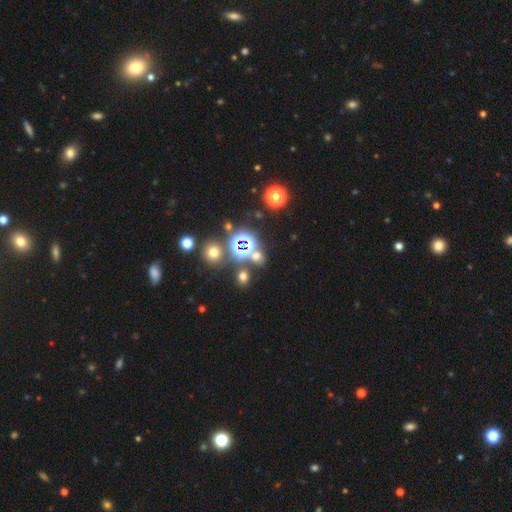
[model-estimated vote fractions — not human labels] Smooth or featured? star or artifact (46%, tied with smooth)